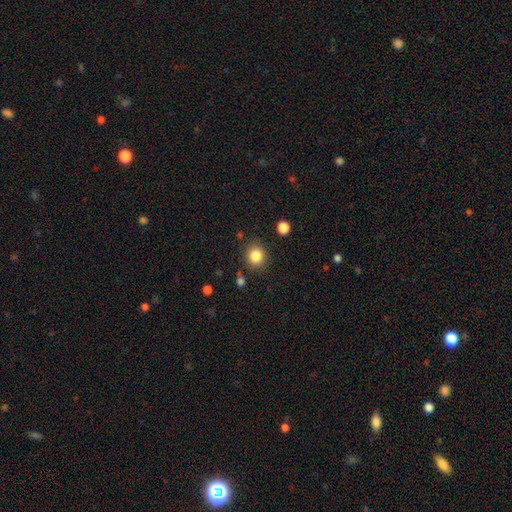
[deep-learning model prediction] The model was most divided on "how rounded": round: 81%, in between: 19%, cigar-shaped: 1%. More confident: merging — none (85%); smooth or featured — smooth (84%).